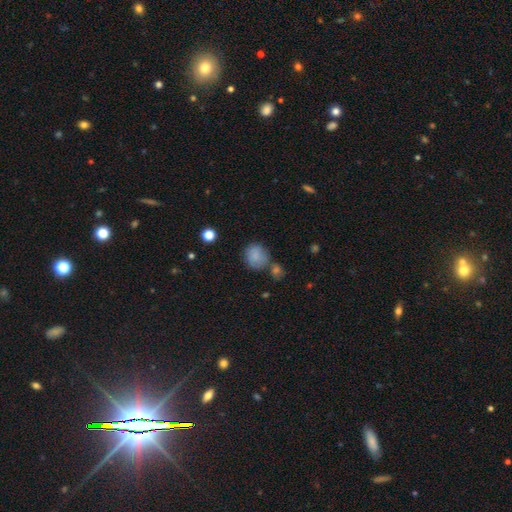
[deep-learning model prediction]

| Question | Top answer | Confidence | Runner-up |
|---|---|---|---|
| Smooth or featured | smooth | 83% | star or artifact (10%) |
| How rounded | round | 73% | in between (26%) |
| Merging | none | 57% | merger (18%) |